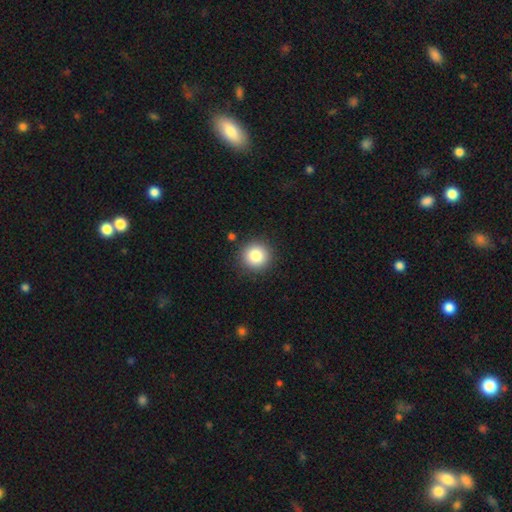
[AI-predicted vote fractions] The model was most divided on "smooth or featured": smooth: 83%, star or artifact: 10%, featured or disk: 7%. More confident: how rounded — round (94%); merging — none (89%).